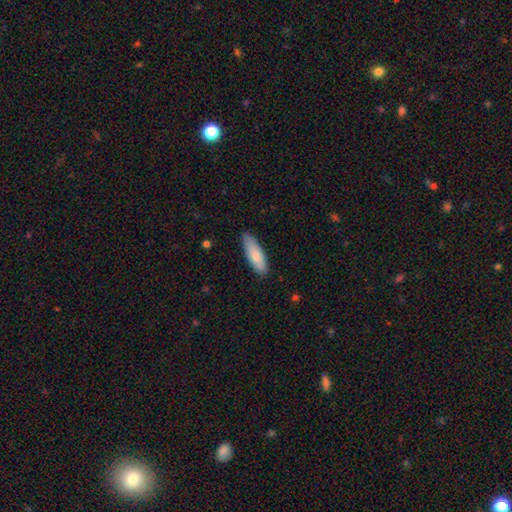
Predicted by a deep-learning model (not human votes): Smooth or featured? Predicted: smooth (p=0.80). How rounded? Predicted: in between (p=0.57). Merging? Predicted: none (p=0.83).